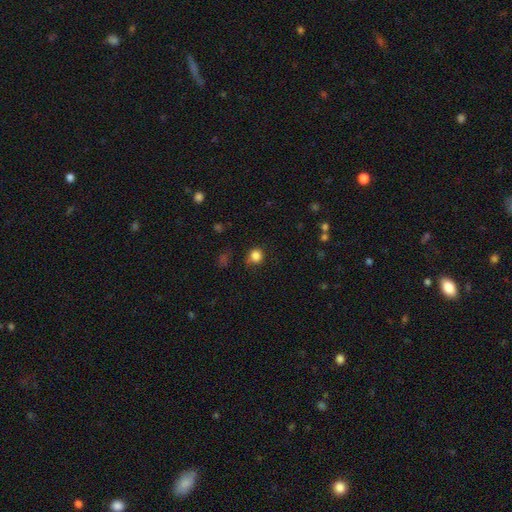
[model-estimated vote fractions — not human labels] This is clearly a smooth galaxy (84%). How rounded: clearly round (81%). Merging: likely none (74%).